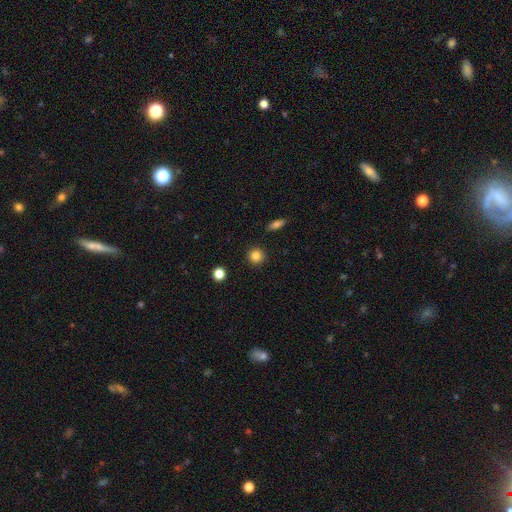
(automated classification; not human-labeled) This appears to be a smooth galaxy with no disk features (85%) that is round (94%). Merging: none (92%).